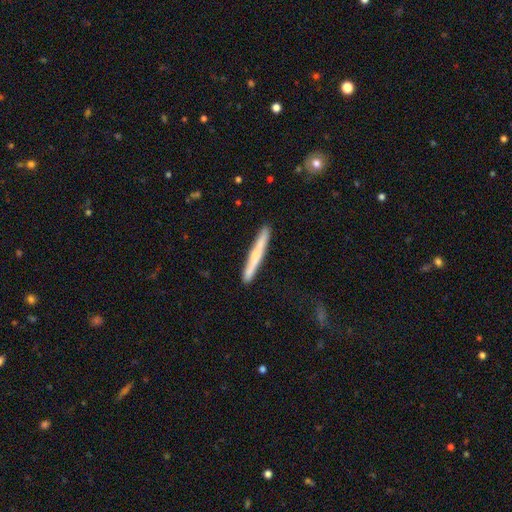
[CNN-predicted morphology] smooth-or-featured: smooth: 55% | featured or disk: 40% | star or artifact: 6%
  how-rounded: cigar-shaped: 97% | in between: 2% | round: 1%
  merging: none: 89% | minor disturbance: 8% | merger: 1% | major disturbance: 1%